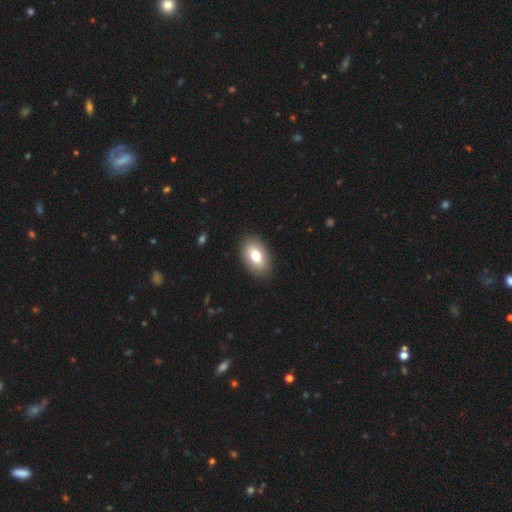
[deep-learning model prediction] Smooth or featured: smooth — 75% (featured or disk — 18%)
How rounded: in between — 90% (round — 8%)
Merging: none — 89% (minor disturbance — 8%)